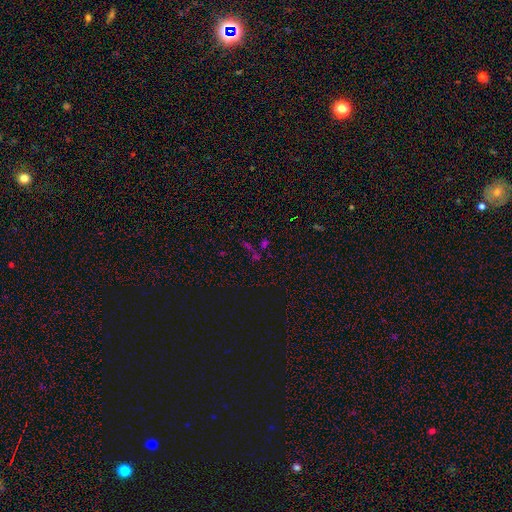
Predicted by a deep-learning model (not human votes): A star or artifact, not a galaxy (58%).